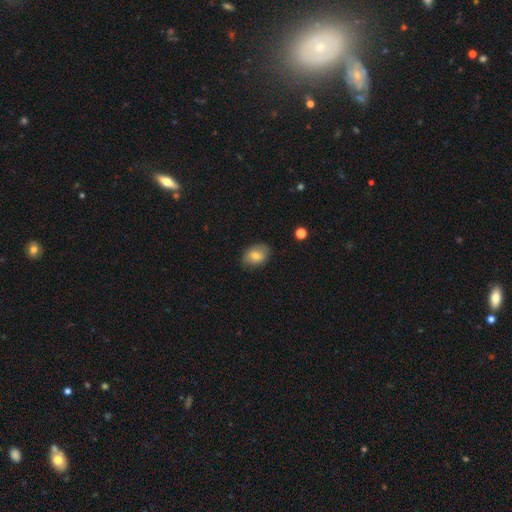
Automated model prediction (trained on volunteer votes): Q: Smooth or featured?
A: smooth (72%); runner-up: featured or disk (19%)
Q: How rounded?
A: in between (77%); runner-up: round (22%)
Q: Merging?
A: none (76%); runner-up: minor disturbance (19%)